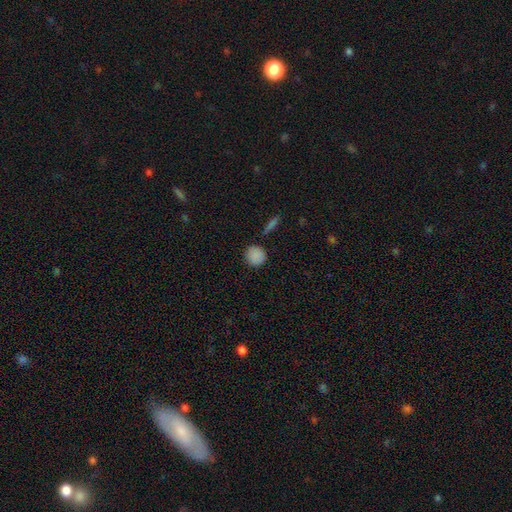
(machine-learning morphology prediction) Smooth or featured? smooth (86%)
How rounded? round (92%)
Merging? none (86%)